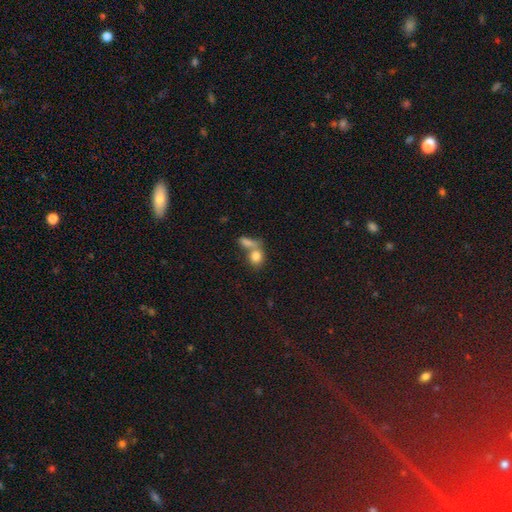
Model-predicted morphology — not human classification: This is clearly a smooth galaxy (82%). How rounded: possibly round (52%). Merging: possibly merger (53%).